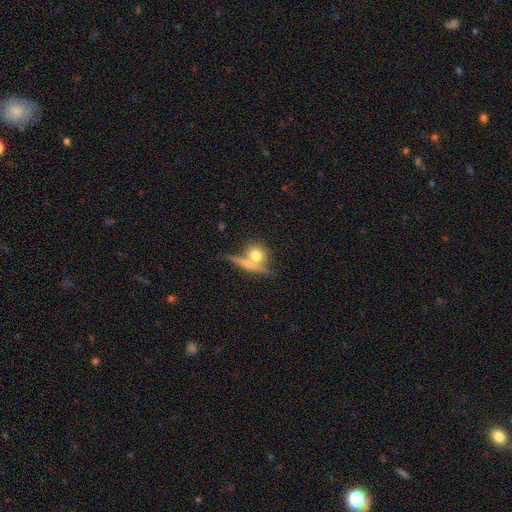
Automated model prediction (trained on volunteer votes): The model was most divided on "merging": none: 48%, merger: 35%, minor disturbance: 11%, major disturbance: 6%. More confident: how rounded — round (70%); smooth or featured — smooth (69%).